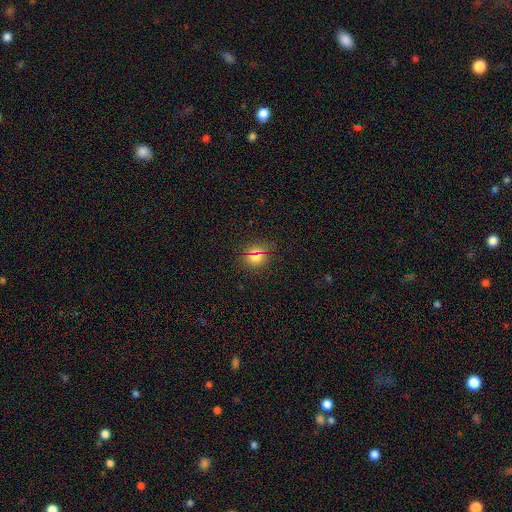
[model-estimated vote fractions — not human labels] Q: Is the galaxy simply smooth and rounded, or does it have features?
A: smooth — 68%.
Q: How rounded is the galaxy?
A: round — 77%.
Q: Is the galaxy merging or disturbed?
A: none — 87%.